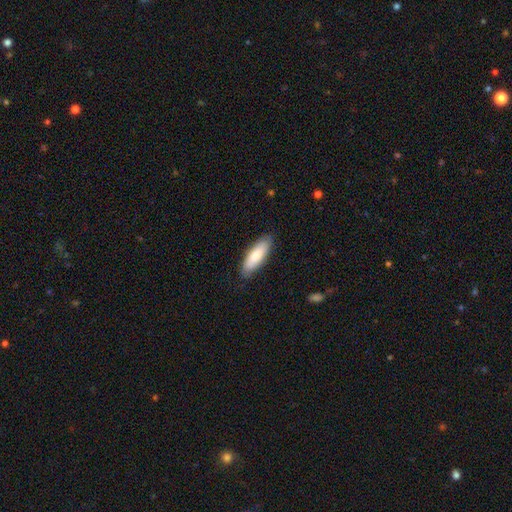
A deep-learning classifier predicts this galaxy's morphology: The model was most divided on "how rounded": in between: 61%, cigar-shaped: 38%, round: 2%. More confident: merging — none (83%); smooth or featured — smooth (80%).